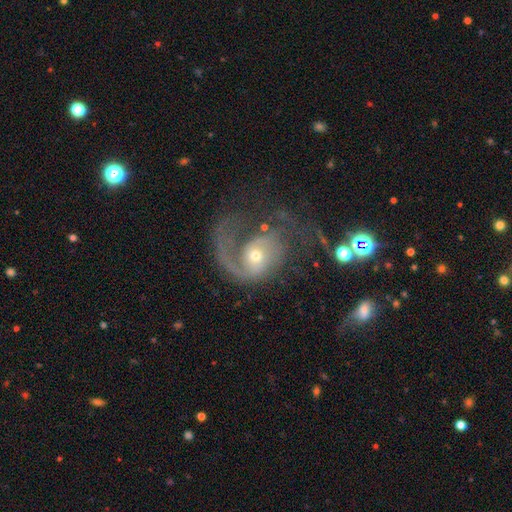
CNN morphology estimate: smooth_or_featured: featured or disk (p=0.82) [alt: smooth p=0.10]
disk_edge_on: no (p=0.97) [alt: yes p=0.03]
bar: no (p=0.67) [alt: weak p=0.26]
has_spiral_arms: yes (p=0.93) [alt: no p=0.07]
spiral_winding: medium (p=0.43) [alt: loose p=0.36]
spiral_arm_count: 1 (p=0.65) [alt: 2 p=0.23]
bulge_size: small (p=0.54) [alt: moderate p=0.41]
merging: major disturbance (p=0.40) [alt: none p=0.39]